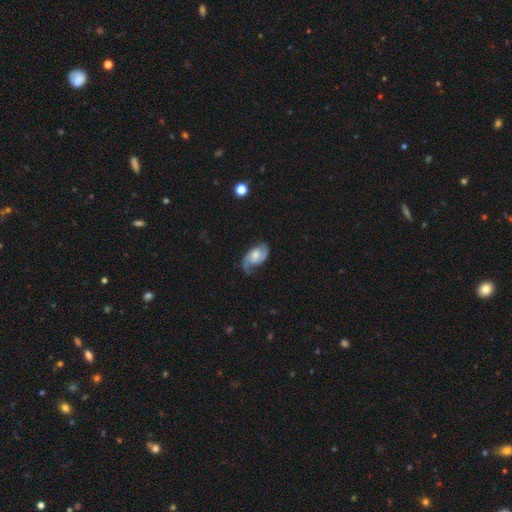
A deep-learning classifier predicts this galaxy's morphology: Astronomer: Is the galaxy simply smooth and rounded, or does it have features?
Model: featured or disk — 76%.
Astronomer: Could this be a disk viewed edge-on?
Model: no — 96%.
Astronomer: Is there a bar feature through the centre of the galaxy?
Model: no — 62%.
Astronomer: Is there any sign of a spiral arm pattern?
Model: yes — 94%.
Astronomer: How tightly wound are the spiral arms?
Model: medium — 44% (runner-up: loose, 29%).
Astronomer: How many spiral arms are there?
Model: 2 — 82%.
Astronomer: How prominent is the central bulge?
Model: moderate — 52% (runner-up: small, 32%).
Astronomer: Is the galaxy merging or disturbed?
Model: none — 61%.